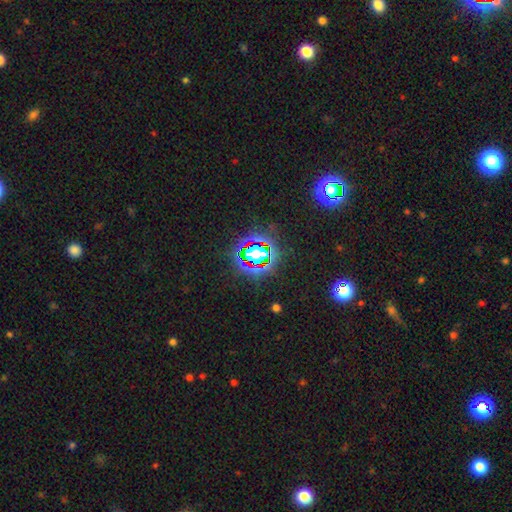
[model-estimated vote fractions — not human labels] Smooth or featured?
  - star or artifact: 71% *
  - smooth: 18%
  - featured or disk: 10%